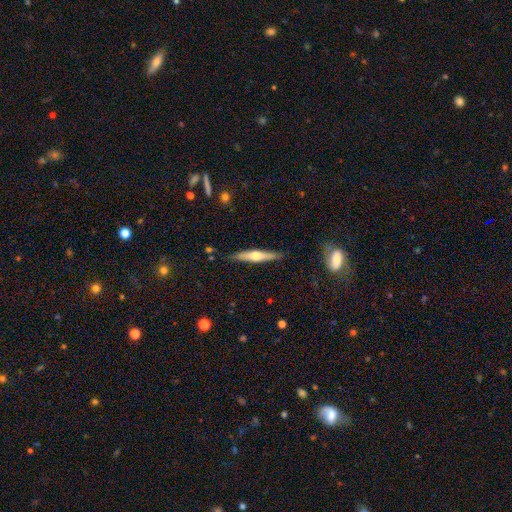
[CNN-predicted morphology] This is possibly a featured or disk galaxy (52%). It is clearly viewed edge-on (94%). Merging: clearly none (87%).